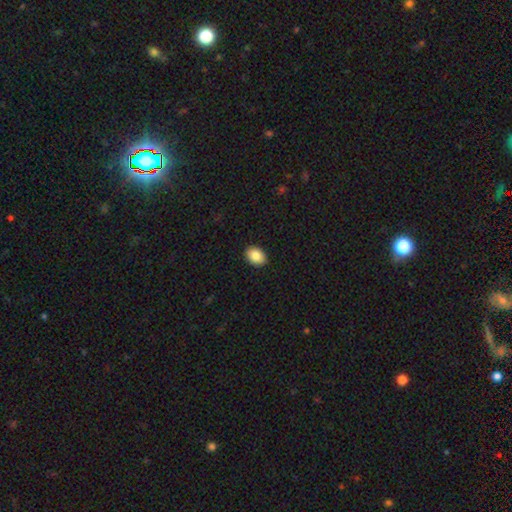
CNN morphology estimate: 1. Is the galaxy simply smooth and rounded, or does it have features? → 87% smooth, 8% star or artifact, 5% featured or disk.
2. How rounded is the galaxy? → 73% in between, 26% round, 1% cigar-shaped.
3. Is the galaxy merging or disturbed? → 90% none, 7% minor disturbance, 2% major disturbance, 1% merger.